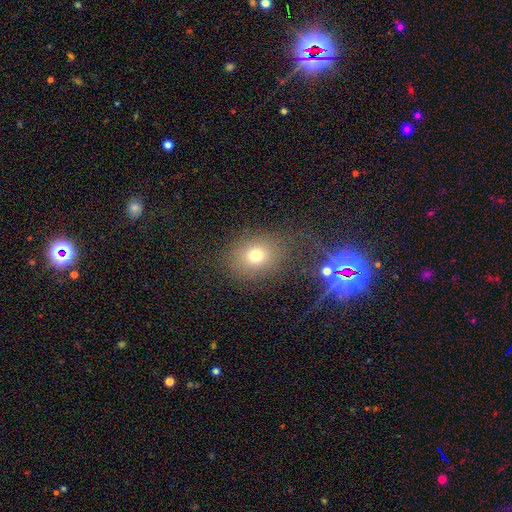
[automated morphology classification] Smooth or featured?
  - smooth: 72% *
  - star or artifact: 16%
  - featured or disk: 12%
How rounded?
  - round: 55% *
  - in between: 44%
  - cigar-shaped: 1%
Merging?
  - none: 70% *
  - minor disturbance: 13%
  - major disturbance: 11%
  - merger: 6%